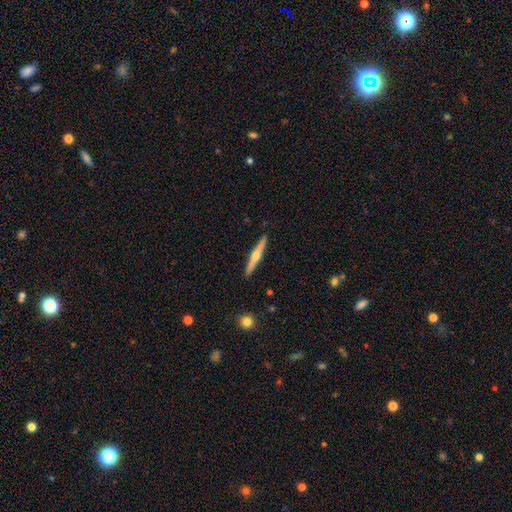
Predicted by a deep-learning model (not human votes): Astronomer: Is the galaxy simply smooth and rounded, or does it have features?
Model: featured or disk — 69%.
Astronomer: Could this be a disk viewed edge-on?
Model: yes — 98%.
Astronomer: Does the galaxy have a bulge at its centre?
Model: rounded — 94%.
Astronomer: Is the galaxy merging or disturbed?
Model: none — 91%.